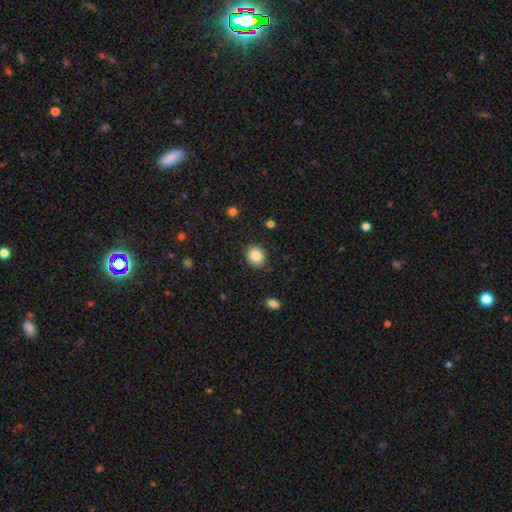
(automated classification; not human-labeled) Morphology: type=smooth (85%); roundness=round (60%); merging=none (88%).